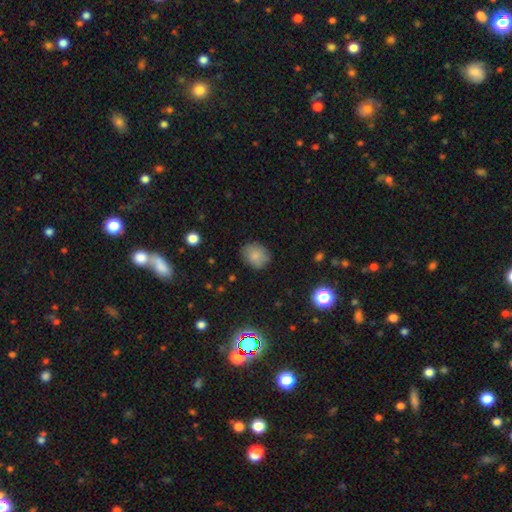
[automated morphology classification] Smooth or featured: smooth — 82% (star or artifact — 9%)
How rounded: round — 57% (in between — 42%)
Merging: none — 79% (minor disturbance — 16%)